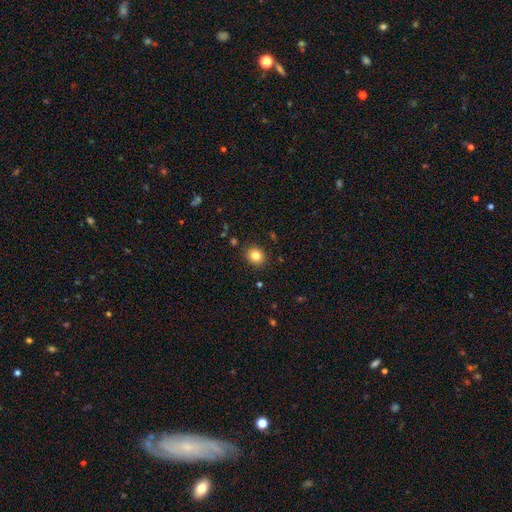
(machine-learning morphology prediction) Smooth or featured? smooth (82%)
How rounded? round (73%)
Merging? none (88%)